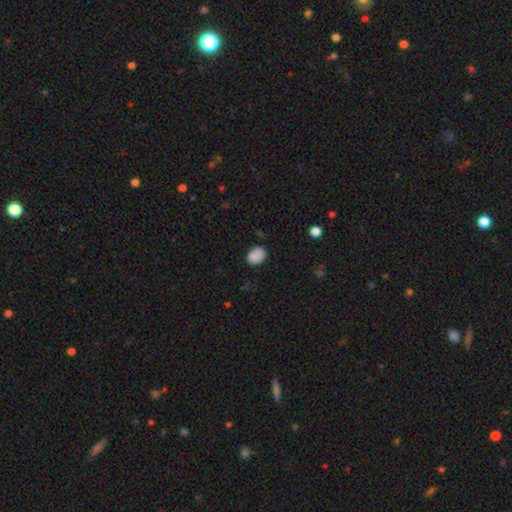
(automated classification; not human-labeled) This is clearly a smooth galaxy (84%). How rounded: likely in between (71%). Merging: likely none (67%).